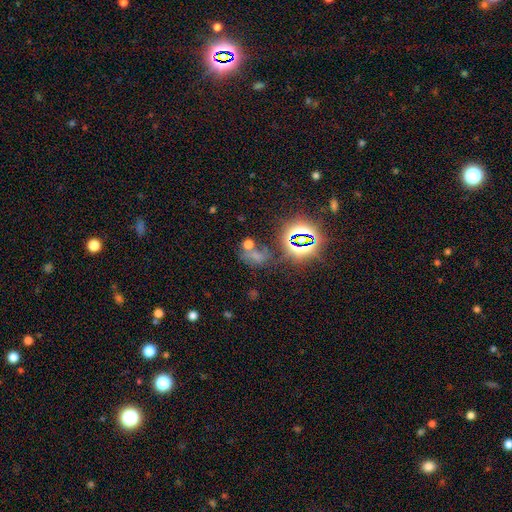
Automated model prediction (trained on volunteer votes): smooth_or_featured: star or artifact (p=0.47) [alt: smooth p=0.40]